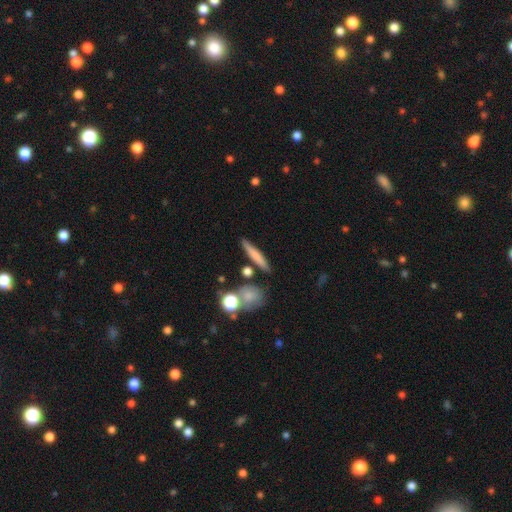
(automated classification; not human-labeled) Overall: smooth (70%). How rounded: cigar-shaped (86%). Merging: none (80%).